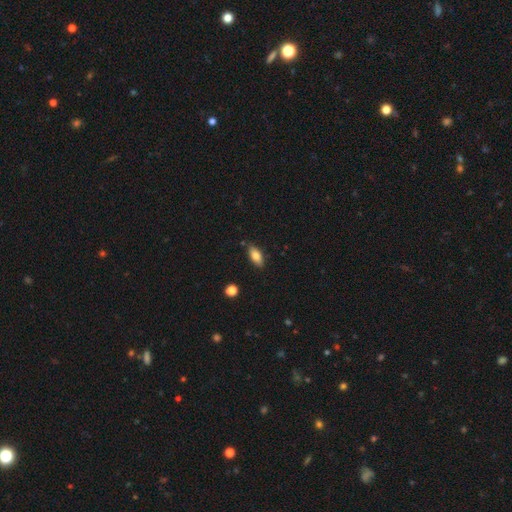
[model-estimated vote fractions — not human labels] Smooth or featured? Predicted: smooth (p=0.77). How rounded? Predicted: in between (p=0.83). Merging? Predicted: none (p=0.83).